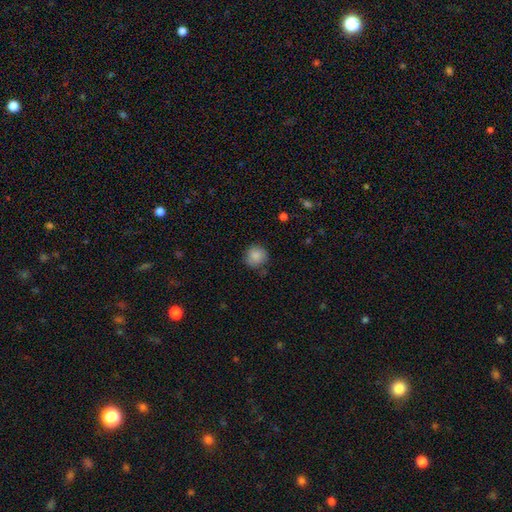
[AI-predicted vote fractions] Smooth or featured? Predicted: smooth (p=0.87). How rounded? Predicted: round (p=0.91). Merging? Predicted: none (p=0.81).